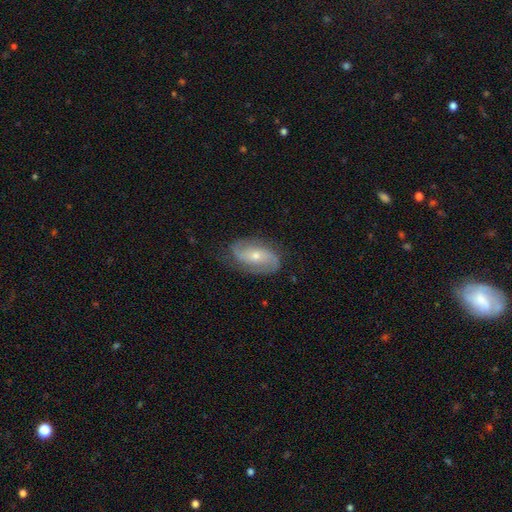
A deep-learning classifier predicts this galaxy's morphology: smooth-or-featured: featured or disk: 79% | smooth: 15% | star or artifact: 6%
  disk-edge-on: no: 95% | yes: 5%
    bar: no: 52% | weak: 34% | strong: 15%
    has-spiral-arms: yes: 93% | no: 7%
      spiral-winding: medium: 42% | loose: 34% | tight: 24%
      spiral-arm-count: 2: 85% | can't tell: 7% | 3: 3% | 1: 3% | 4: 1% | more than 4: 1%
    bulge-size: small: 49% | moderate: 47% | large: 2% | none: 1% | dominant: 1%
  merging: none: 76% | minor disturbance: 17% | major disturbance: 6% | merger: 1%